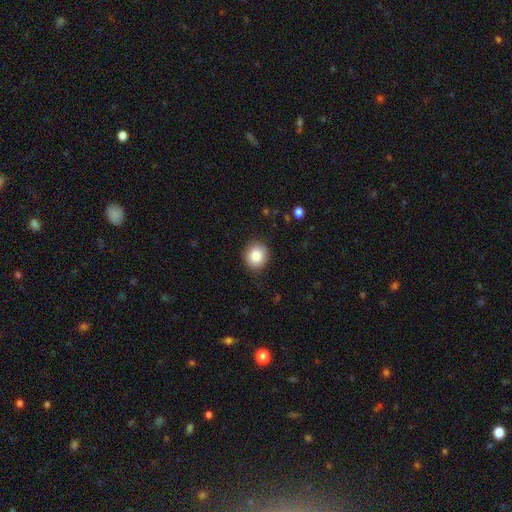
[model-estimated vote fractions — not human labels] Smooth or featured?
  - smooth: 85% *
  - star or artifact: 9%
  - featured or disk: 6%
How rounded?
  - round: 81% *
  - in between: 18%
  - cigar-shaped: 1%
Merging?
  - none: 88% *
  - minor disturbance: 9%
  - major disturbance: 2%
  - merger: 1%